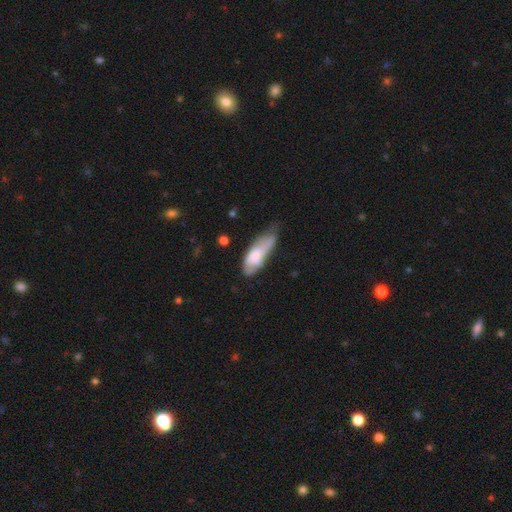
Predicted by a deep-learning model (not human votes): A smooth galaxy with no disk features (64%) that is in between round and cigar-shaped (67%). Merging: minor disturbance (42%).